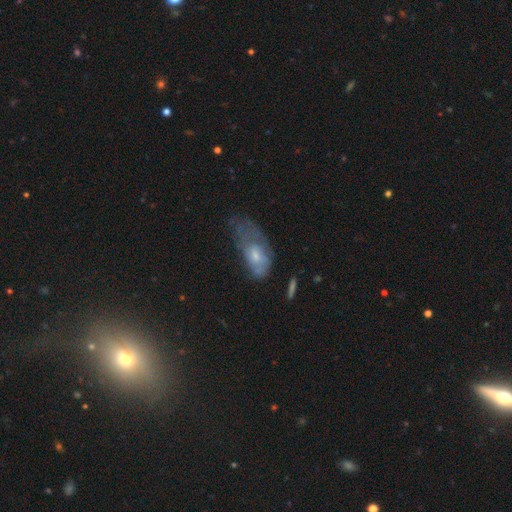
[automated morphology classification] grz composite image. It shows a smooth galaxy with no disk features (54%) that is in between round and cigar-shaped (85%). Merging: major disturbance (45%).